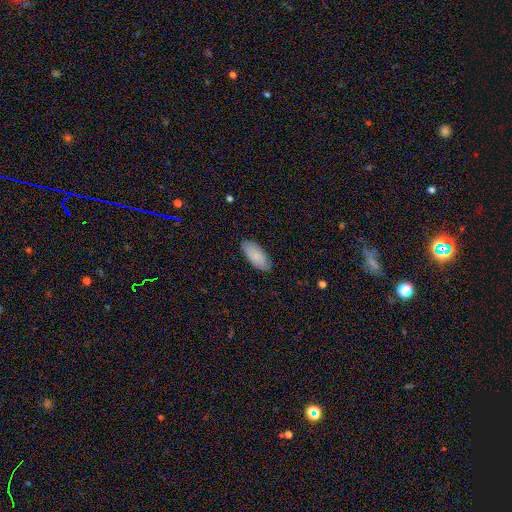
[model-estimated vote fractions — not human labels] Smooth or featured: smooth — 85% (featured or disk — 10%)
How rounded: in between — 88% (cigar-shaped — 10%)
Merging: none — 85% (minor disturbance — 12%)